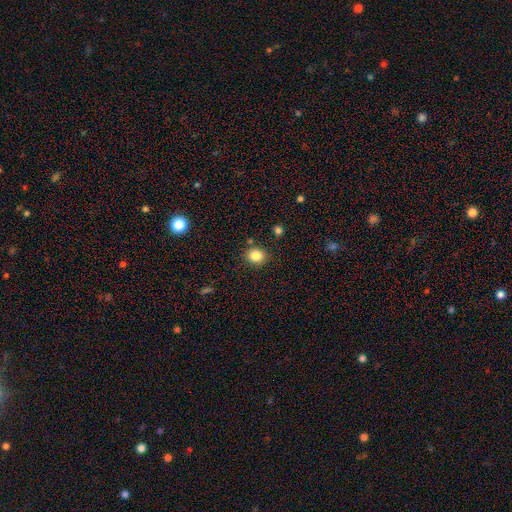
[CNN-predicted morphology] Overall: smooth (84%). How rounded: round (79%). Merging: none (85%).